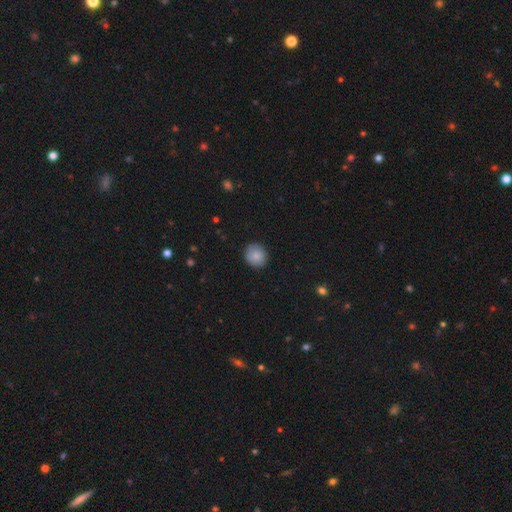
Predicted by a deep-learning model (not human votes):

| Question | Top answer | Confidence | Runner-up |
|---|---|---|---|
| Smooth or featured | smooth | 84% | featured or disk (9%) |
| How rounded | round | 87% | in between (13%) |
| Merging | none | 87% | minor disturbance (10%) |